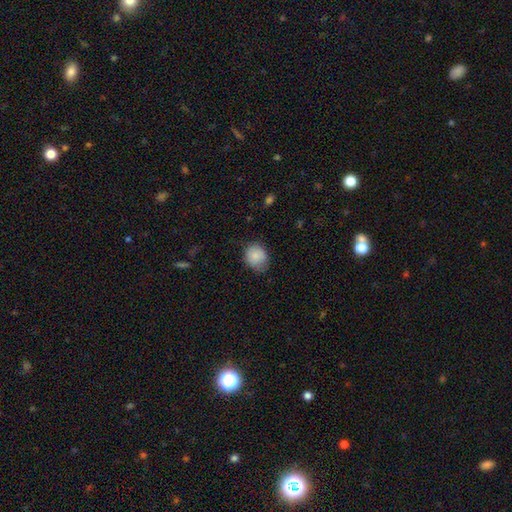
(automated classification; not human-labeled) Smooth or featured?
  - smooth: 86% *
  - star or artifact: 8%
  - featured or disk: 7%
How rounded?
  - round: 59% *
  - in between: 40%
  - cigar-shaped: 1%
Merging?
  - none: 66% *
  - minor disturbance: 27%
  - major disturbance: 6%
  - merger: 1%